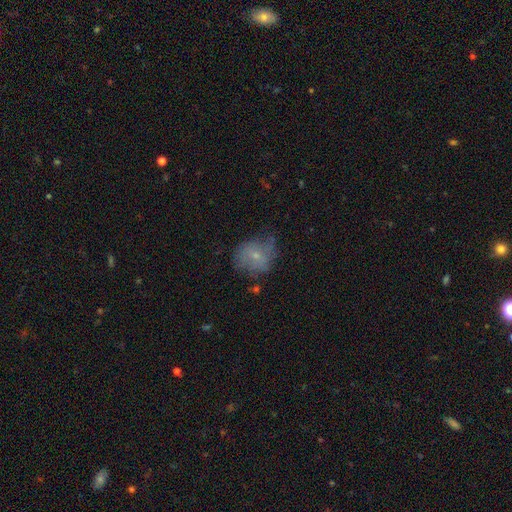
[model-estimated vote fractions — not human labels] smooth-or-featured: smooth: 58% | featured or disk: 31% | star or artifact: 11%
  how-rounded: round: 65% | in between: 34% | cigar-shaped: 1%
  merging: none: 52% | minor disturbance: 31% | major disturbance: 15% | merger: 3%